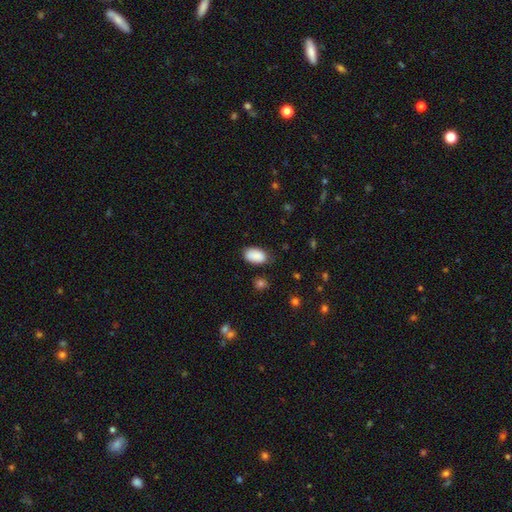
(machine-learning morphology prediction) smooth-or-featured: smooth: 90% | star or artifact: 7% | featured or disk: 3%
  how-rounded: in between: 94% | round: 5% | cigar-shaped: 1%
  merging: none: 79% | minor disturbance: 16% | major disturbance: 3% | merger: 2%